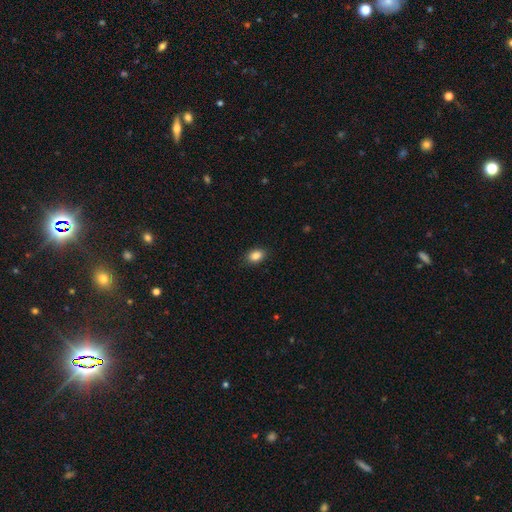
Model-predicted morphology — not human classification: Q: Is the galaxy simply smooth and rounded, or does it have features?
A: smooth — 87%.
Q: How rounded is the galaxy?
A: in between — 80%.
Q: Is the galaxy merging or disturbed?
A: none — 88%.